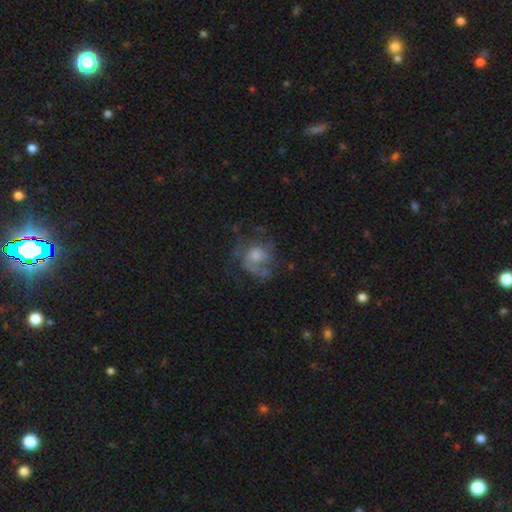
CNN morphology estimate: featured or disk 56%, smooth 33%, star or artifact 11%. Down the decision tree: edge-on disk — no (97%); bar — no (79%); spiral arms — yes (65%); bulge size — moderate (49%); merging — none (51%).